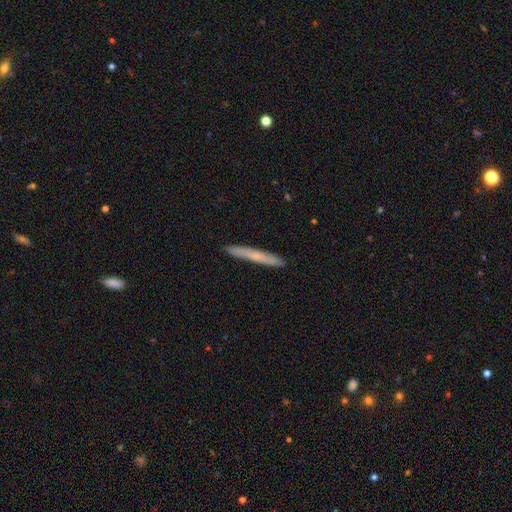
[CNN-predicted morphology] Overall: smooth (59%; featured or disk 35%). How rounded: cigar-shaped (96%). Merging: none (91%).